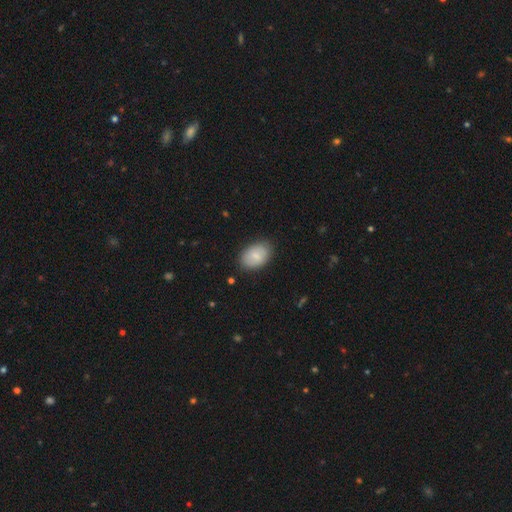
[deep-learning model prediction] Smooth or featured: smooth — 80% (featured or disk — 14%)
How rounded: in between — 87% (round — 11%)
Merging: none — 83% (minor disturbance — 13%)